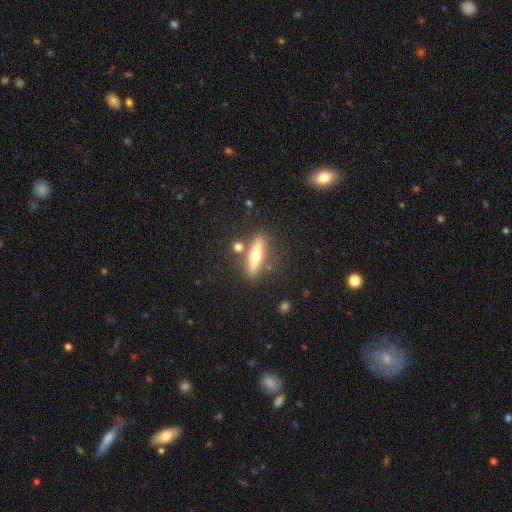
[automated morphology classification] Overall: featured or disk (53%; smooth 41%). Edge-on disk: yes (89%). Merging: none (78%).